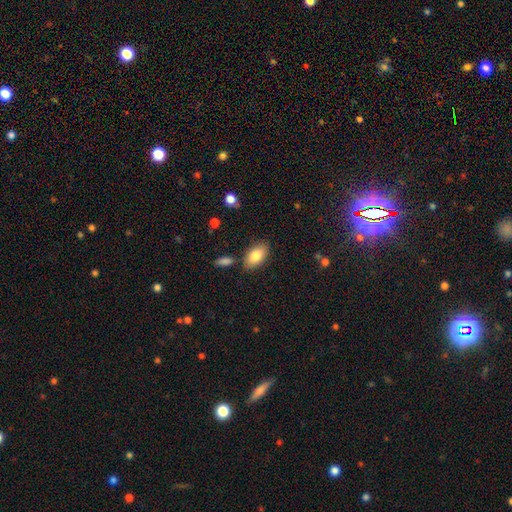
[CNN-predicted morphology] A smooth galaxy with no disk features (82%) that is in between round and cigar-shaped (93%).

Vote fractions:
- Smooth or featured? smooth: 82% / featured or disk: 11% / star or artifact: 6%
- How rounded? in between: 93% / round: 4% / cigar-shaped: 3%
- Merging? none: 81% / minor disturbance: 12% / merger: 5% / major disturbance: 3%